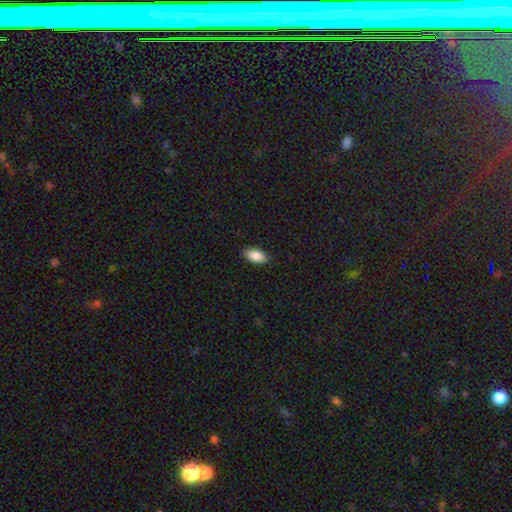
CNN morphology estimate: Smooth or featured? smooth (87%)
How rounded? in between (93%)
Merging? none (87%)